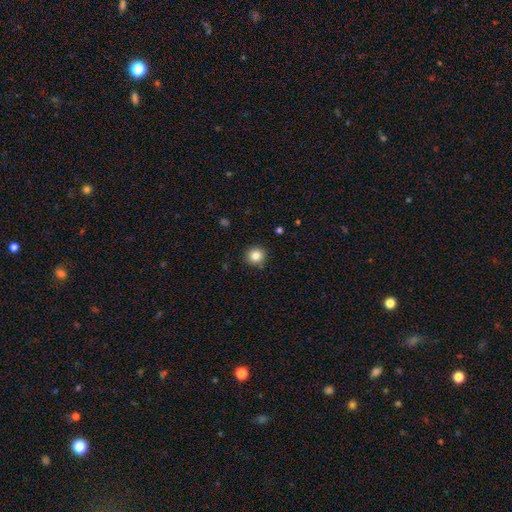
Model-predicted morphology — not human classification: This appears to be a smooth galaxy with no disk features (84%) that is round (93%). Merging: none (91%).